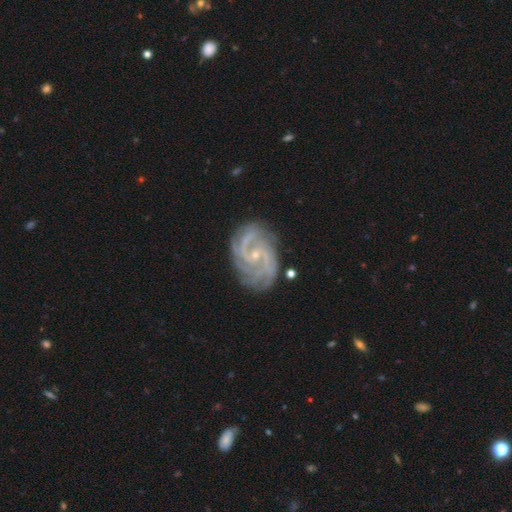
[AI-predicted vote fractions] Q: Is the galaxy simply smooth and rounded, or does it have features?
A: featured or disk — 90%.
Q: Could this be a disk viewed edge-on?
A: no — 98%.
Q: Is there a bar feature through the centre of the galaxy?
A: no — 52%.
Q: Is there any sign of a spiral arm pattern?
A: yes — 98%.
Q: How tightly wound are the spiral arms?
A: tight — 59%.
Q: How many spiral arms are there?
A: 3 — 26%.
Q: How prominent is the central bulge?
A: small — 81%.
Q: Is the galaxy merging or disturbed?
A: none — 78%.